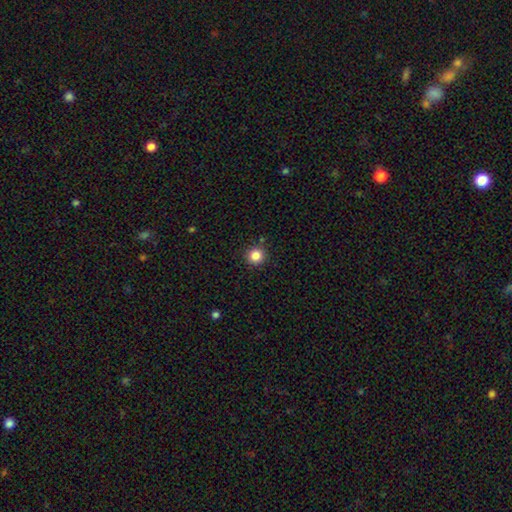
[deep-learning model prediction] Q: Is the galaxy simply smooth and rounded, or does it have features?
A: smooth — 85%.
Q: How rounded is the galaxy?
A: round — 95%.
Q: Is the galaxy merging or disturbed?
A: none — 90%.